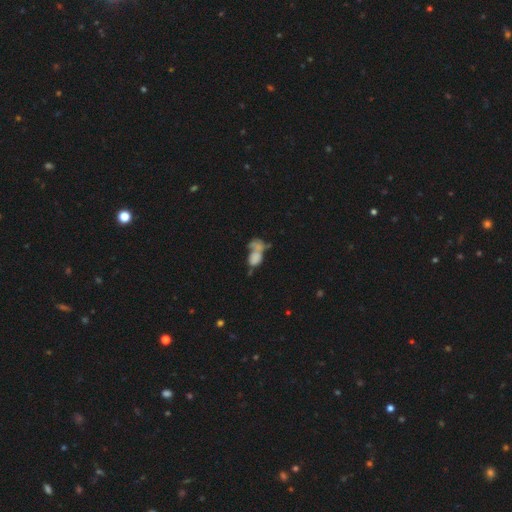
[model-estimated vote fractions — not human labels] Smooth or featured: smooth — 64% (featured or disk — 24%)
How rounded: in between — 76% (round — 21%)
Merging: merger — 52% (none — 19%)